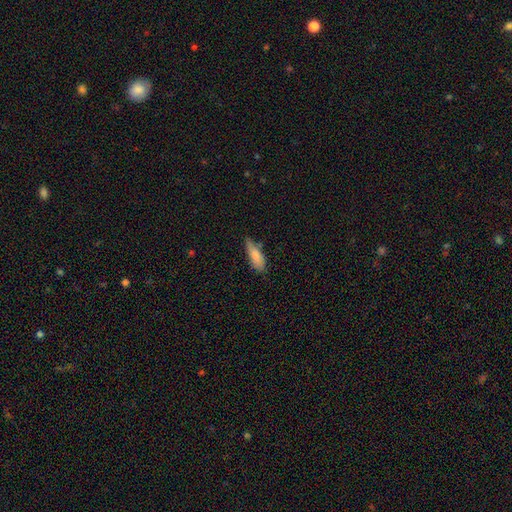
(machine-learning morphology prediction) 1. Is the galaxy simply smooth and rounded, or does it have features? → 79% smooth, 14% featured or disk, 7% star or artifact.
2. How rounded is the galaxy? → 58% in between, 40% cigar-shaped, 2% round.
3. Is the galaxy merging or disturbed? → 56% none, 33% minor disturbance, 6% major disturbance, 5% merger.